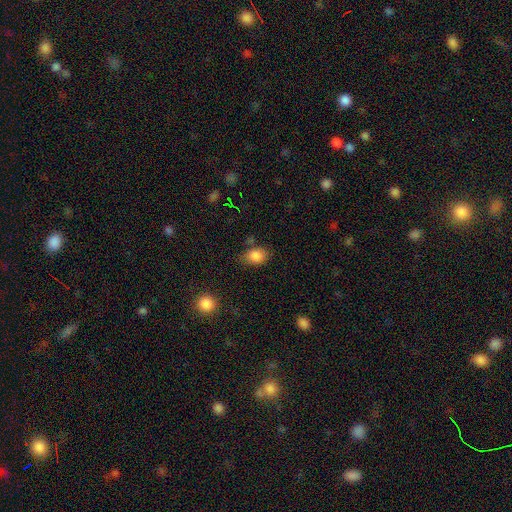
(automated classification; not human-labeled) The model was most divided on "how rounded": in between: 70%, round: 29%, cigar-shaped: 1%. More confident: smooth or featured — smooth (85%); merging — none (67%).